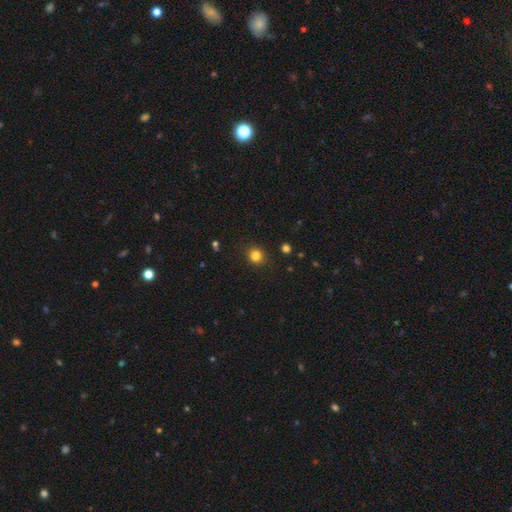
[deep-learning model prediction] smooth 82%, star or artifact 13%, featured or disk 5%. Down the decision tree: how rounded — round (87%); merging — none (89%).